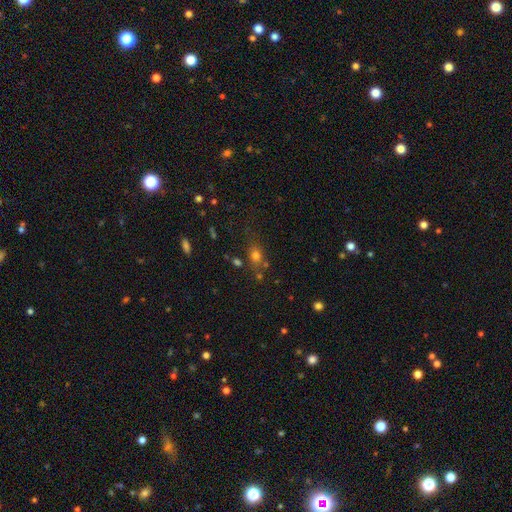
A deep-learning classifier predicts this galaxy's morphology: The model was most divided on "how rounded": in between: 54%, round: 41%, cigar-shaped: 5%. More confident: smooth or featured — smooth (70%); merging — none (64%).